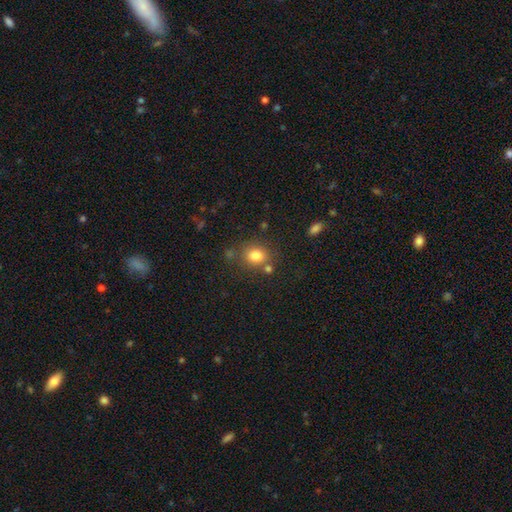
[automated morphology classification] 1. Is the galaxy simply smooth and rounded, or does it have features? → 81% smooth, 12% star or artifact, 7% featured or disk.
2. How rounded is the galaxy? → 73% round, 26% in between, 1% cigar-shaped.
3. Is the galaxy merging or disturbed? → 72% none, 12% merger, 12% minor disturbance, 5% major disturbance.